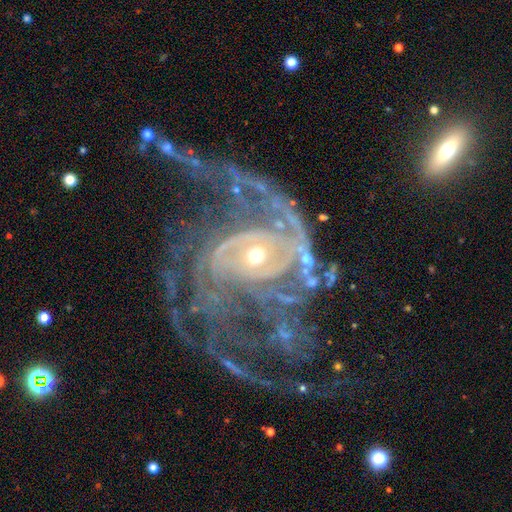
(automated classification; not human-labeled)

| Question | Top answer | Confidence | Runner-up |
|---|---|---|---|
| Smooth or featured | featured or disk | 92% | star or artifact (6%) |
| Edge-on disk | no | 98% | yes (2%) |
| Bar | no | 52% | weak (31%) |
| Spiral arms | yes | 97% | no (3%) |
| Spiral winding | medium | 43% | tight (35%) |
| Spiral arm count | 2 | 41% | can't tell (17%) |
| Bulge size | small | 59% | moderate (36%) |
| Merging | major disturbance | 41% | none (37%) |